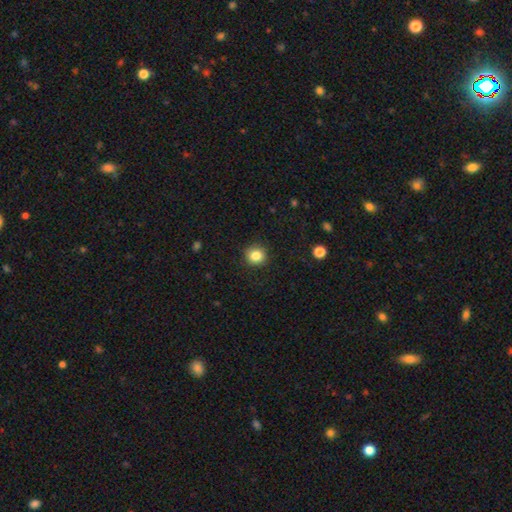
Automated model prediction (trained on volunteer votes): Smooth or featured: smooth — 84% (star or artifact — 11%)
How rounded: round — 90% (in between — 9%)
Merging: none — 89% (minor disturbance — 8%)